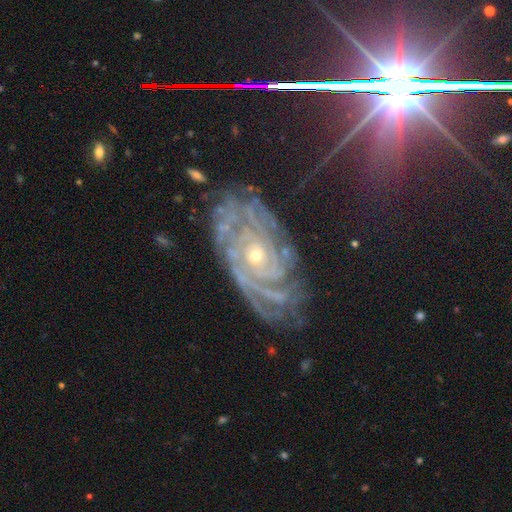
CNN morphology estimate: This is clearly a featured or disk galaxy (86%). It is clearly not viewed edge-on (95%). Bar: likely no (71%). Spiral arm pattern: clearly yes (98%). Spiral arm count: marginally can't tell (28%). Spiral winding: clearly tight (81%). Central bulge: likely small (68%). Merging: likely none (76%).